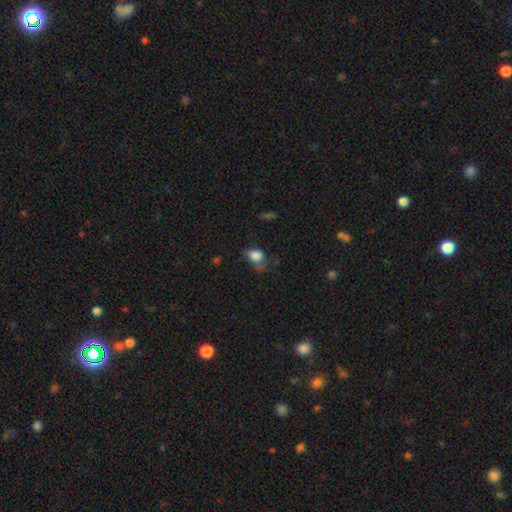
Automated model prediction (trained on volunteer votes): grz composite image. It shows a smooth galaxy with no disk features (80%) that is in between round and cigar-shaped (62%). Merging: none (37%).